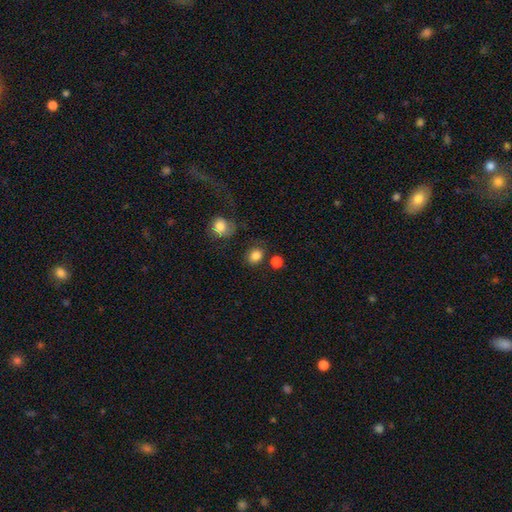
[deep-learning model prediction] This appears to be a smooth galaxy with no disk features (85%) that is round (54%). Merging: none (72%).